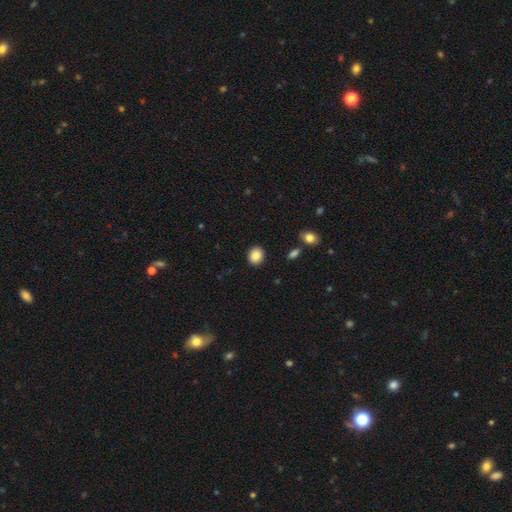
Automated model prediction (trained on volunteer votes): Smooth or featured?
  - smooth: 87% *
  - star or artifact: 8%
  - featured or disk: 5%
How rounded?
  - round: 62% *
  - in between: 37%
  - cigar-shaped: 1%
Merging?
  - none: 90% *
  - minor disturbance: 6%
  - major disturbance: 2%
  - merger: 1%